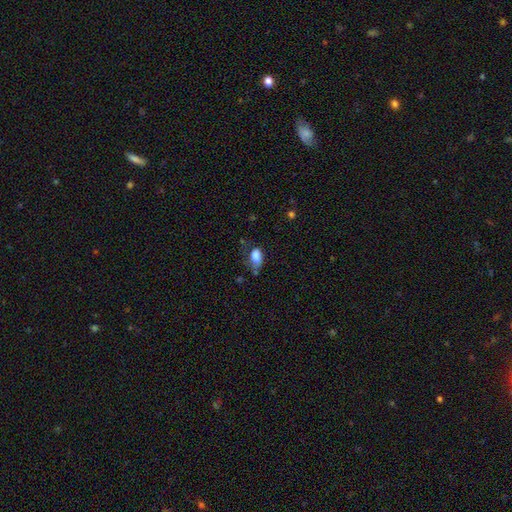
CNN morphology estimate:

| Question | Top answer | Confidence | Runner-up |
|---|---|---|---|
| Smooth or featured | smooth | 80% | featured or disk (11%) |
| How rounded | in between | 89% | round (9%) |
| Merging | none | 39% | minor disturbance (34%) |